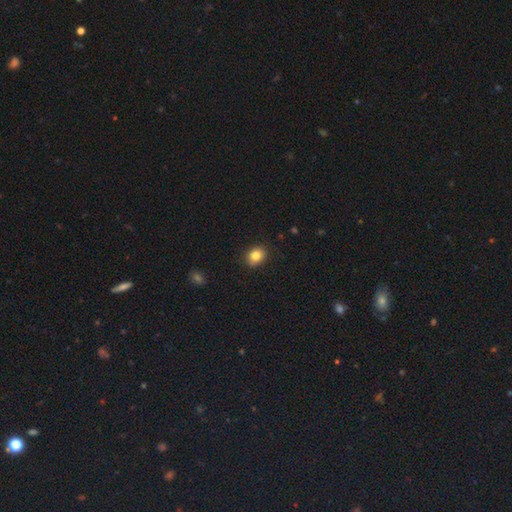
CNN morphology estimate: type=smooth (83%); roundness=round (59%); merging=none (87%).